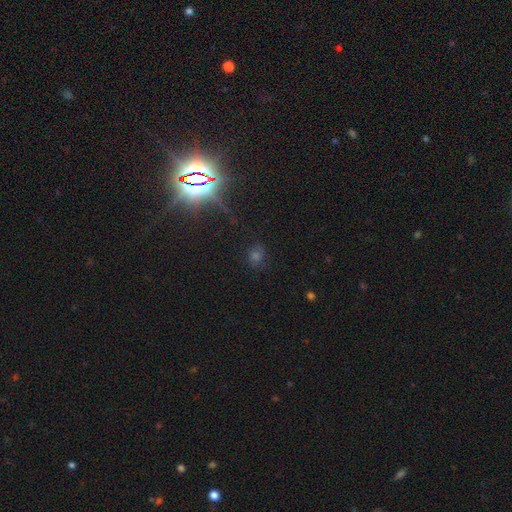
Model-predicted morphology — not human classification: A star or artifact, not a galaxy (53%).

Vote fractions:
- Smooth or featured? star or artifact: 53% / smooth: 36% / featured or disk: 11%